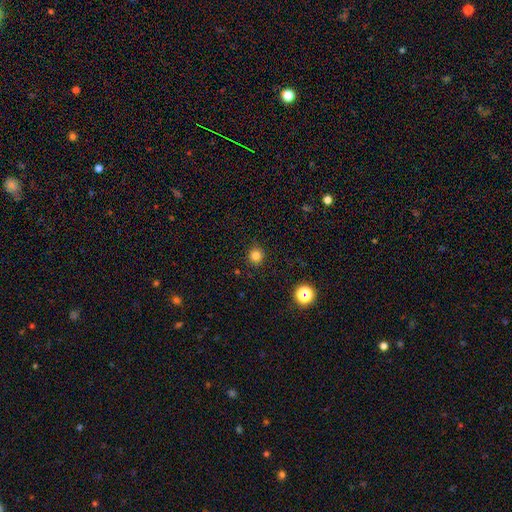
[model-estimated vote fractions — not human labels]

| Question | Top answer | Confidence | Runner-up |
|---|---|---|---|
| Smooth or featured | smooth | 81% | star or artifact (14%) |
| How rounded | round | 93% | in between (6%) |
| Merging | none | 90% | minor disturbance (6%) |